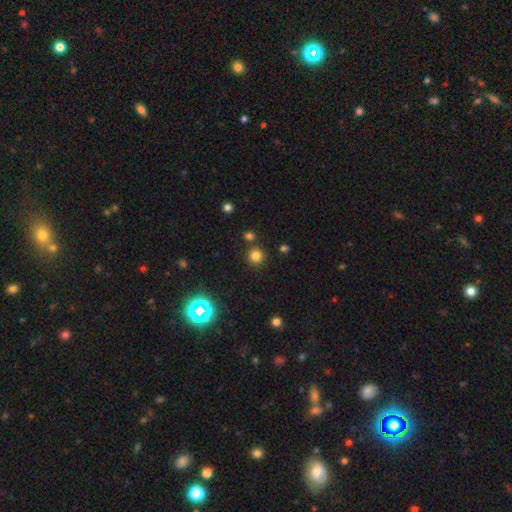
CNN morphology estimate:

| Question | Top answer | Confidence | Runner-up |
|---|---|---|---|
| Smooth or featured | smooth | 77% | star or artifact (18%) |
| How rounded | round | 93% | in between (6%) |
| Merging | none | 81% | merger (9%) |